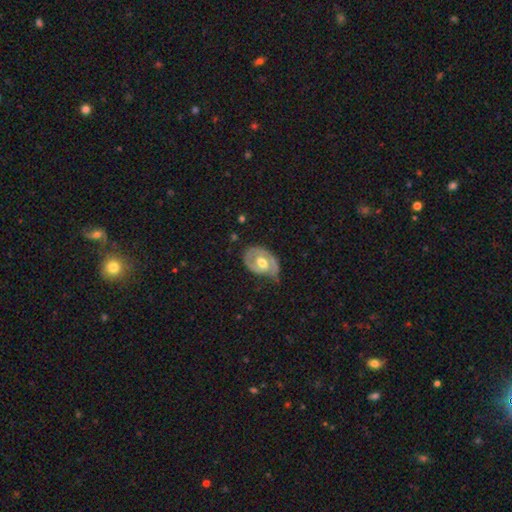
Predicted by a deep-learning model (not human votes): The model was most divided on "spiral arms": yes: 52%, no: 48%. More confident: edge-on disk — no (93%); merging — none (80%); bar — no (78%); bulge size — moderate (70%); smooth or featured — featured or disk (58%).